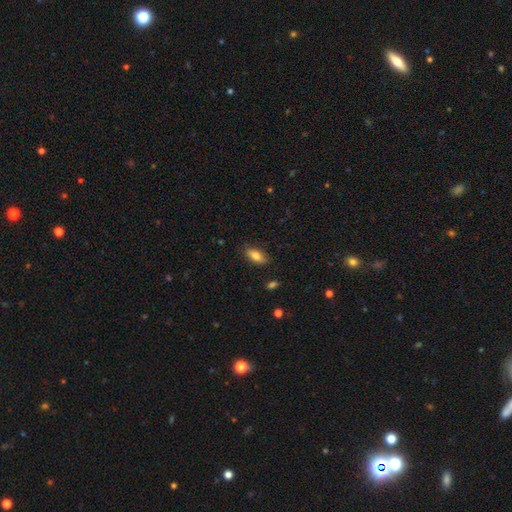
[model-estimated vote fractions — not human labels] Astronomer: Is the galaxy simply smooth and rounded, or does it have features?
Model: smooth — 78%.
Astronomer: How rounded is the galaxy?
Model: in between — 83%.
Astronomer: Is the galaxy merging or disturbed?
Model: none — 84%.